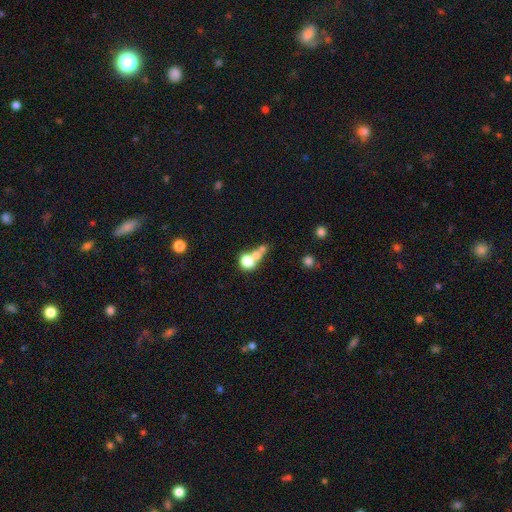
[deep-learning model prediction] This appears to be a smooth galaxy with no disk features (68%) that is round (68%). Merging: merger (63%).